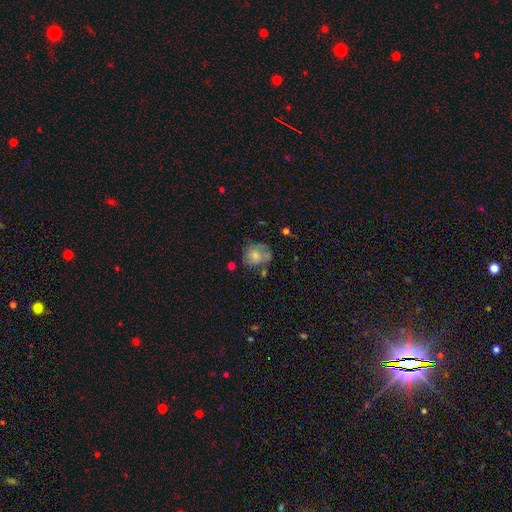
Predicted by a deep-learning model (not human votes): Morphology: type=smooth (66%); roundness=round (59%); merging=none (46%).